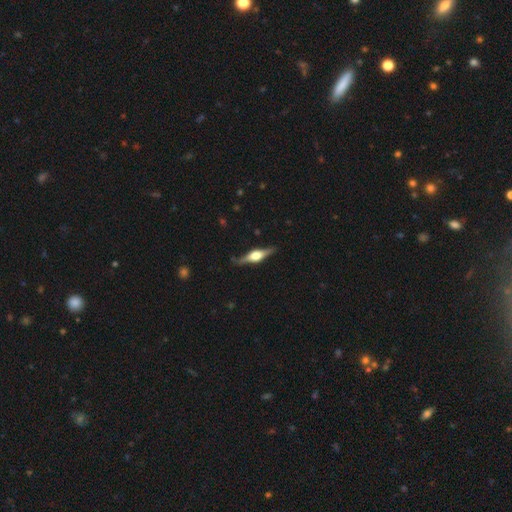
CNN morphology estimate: Overall: featured or disk (77%). Edge-on disk: yes (97%). Edge-on bulge: rounded (92%). Merging: none (87%).